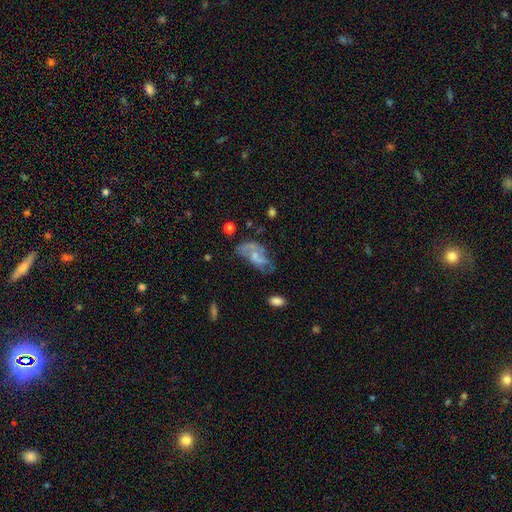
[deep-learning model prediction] Smooth or featured? Predicted: featured or disk (p=0.56). Edge-on disk? Predicted: no (p=0.95). Bar? Predicted: no (p=0.69). Spiral arms? Predicted: yes (p=0.58). Bulge size? Predicted: small (p=0.39). Merging? Predicted: none (p=0.35).